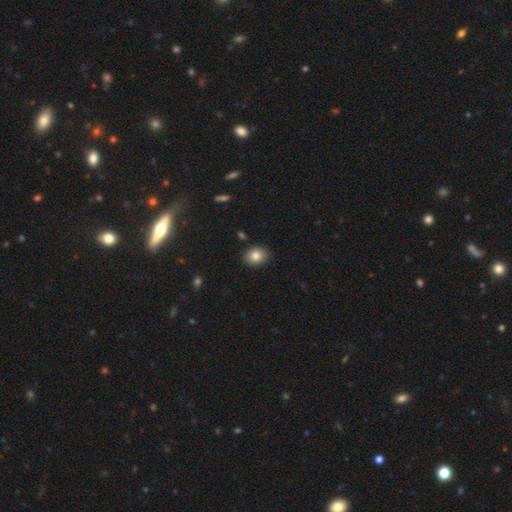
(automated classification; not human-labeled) smooth 83%, star or artifact 9%, featured or disk 8%. Down the decision tree: how rounded — in between (56%); merging — none (89%).